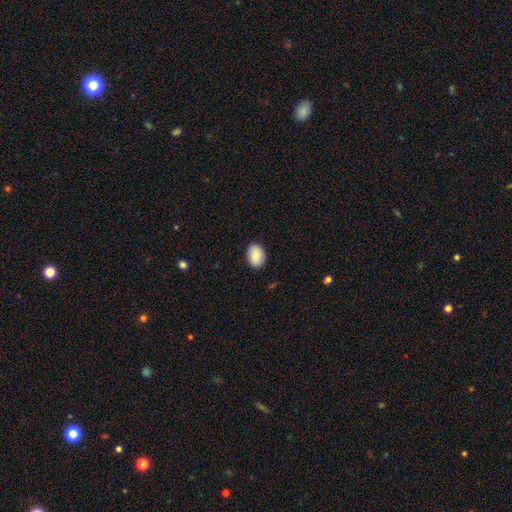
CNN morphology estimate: Q: Smooth or featured?
A: smooth (82%); runner-up: featured or disk (11%)
Q: How rounded?
A: in between (74%); runner-up: round (25%)
Q: Merging?
A: none (87%); runner-up: minor disturbance (10%)